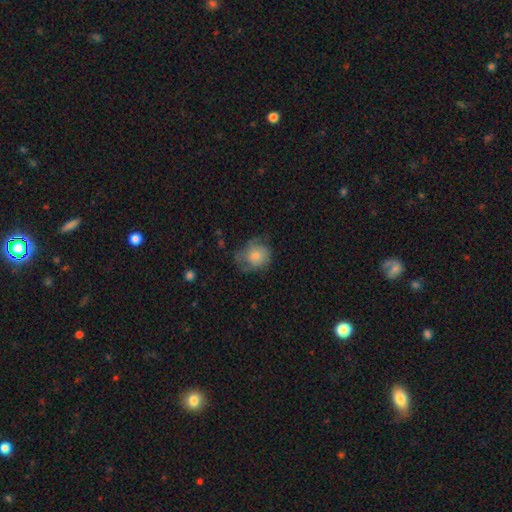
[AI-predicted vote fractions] Q: Smooth or featured?
A: smooth (74%); runner-up: featured or disk (18%)
Q: How rounded?
A: round (76%); runner-up: in between (23%)
Q: Merging?
A: none (48%); runner-up: minor disturbance (33%)